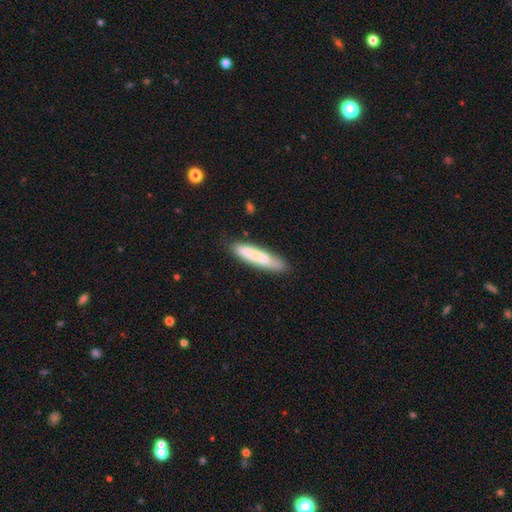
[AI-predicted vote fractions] Smooth or featured? Predicted: smooth (p=0.71). How rounded? Predicted: cigar-shaped (p=0.84). Merging? Predicted: none (p=0.80).